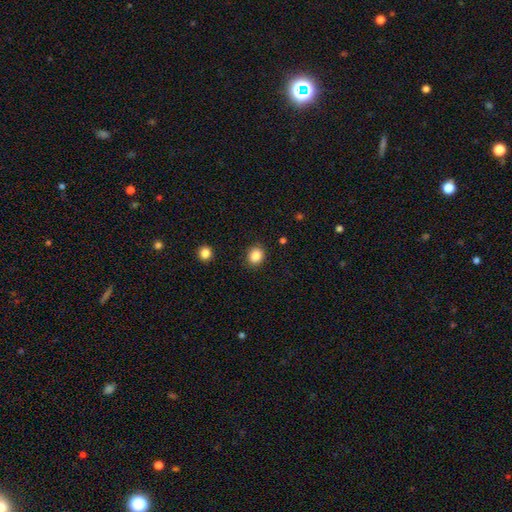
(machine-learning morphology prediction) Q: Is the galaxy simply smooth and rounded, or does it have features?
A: smooth — 86%.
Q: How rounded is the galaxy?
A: round — 68%.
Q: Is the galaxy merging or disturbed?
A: none — 89%.